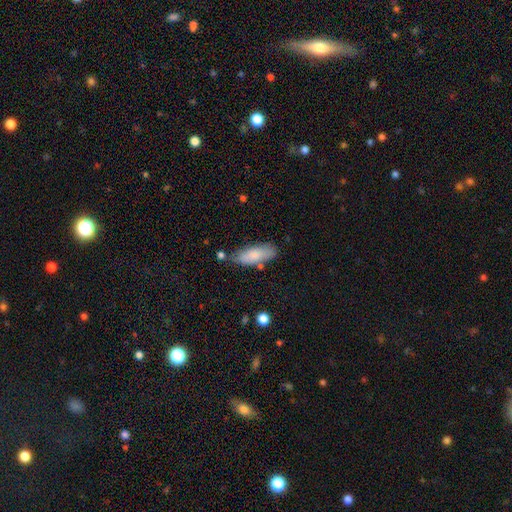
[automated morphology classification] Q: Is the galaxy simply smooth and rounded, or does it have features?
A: smooth — 66%.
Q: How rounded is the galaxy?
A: in between — 61%.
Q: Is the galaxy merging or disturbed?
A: none — 77%.